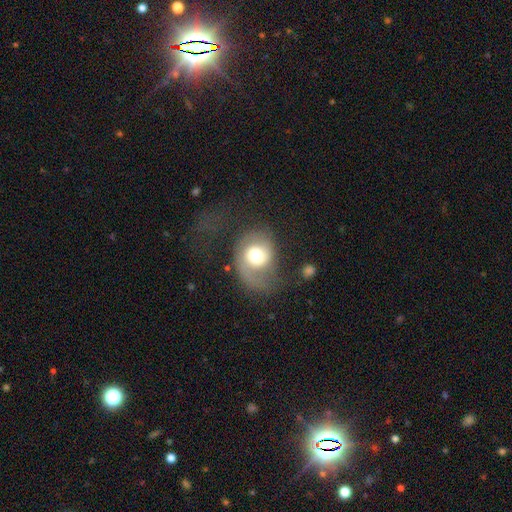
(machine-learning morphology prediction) A featured or disk galaxy (56%) with no bar (74%), spiral arms (81%) and a moderate central bulge (61%).

Vote fractions:
- Smooth or featured? featured or disk: 56% / smooth: 36% / star or artifact: 8%
- Edge-on disk? no: 97% / yes: 3%
- Bar? no: 74% / weak: 21% / strong: 4%
- Spiral arms? yes: 81% / no: 19%
- Bulge size? moderate: 61% / large: 28% / small: 6% / dominant: 4% / none: 1%
- Merging? none: 38% / major disturbance: 37% / minor disturbance: 22% / merger: 3%